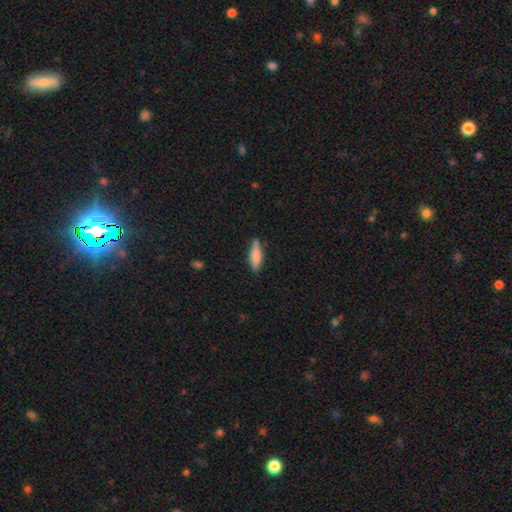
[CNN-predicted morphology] smooth-or-featured: smooth: 74% | featured or disk: 20% | star or artifact: 6%
  how-rounded: cigar-shaped: 57% | in between: 41% | round: 2%
  merging: none: 76% | minor disturbance: 18% | major disturbance: 3% | merger: 2%